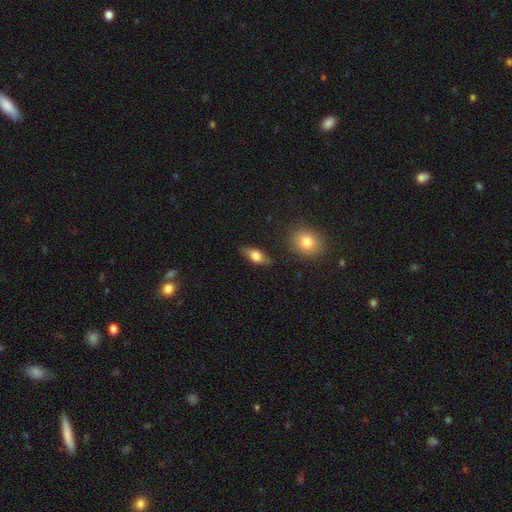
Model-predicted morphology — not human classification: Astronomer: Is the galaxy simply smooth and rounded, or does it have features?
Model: smooth — 61%.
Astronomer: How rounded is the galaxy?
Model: in between — 76%.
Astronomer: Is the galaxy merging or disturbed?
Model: none — 80%.